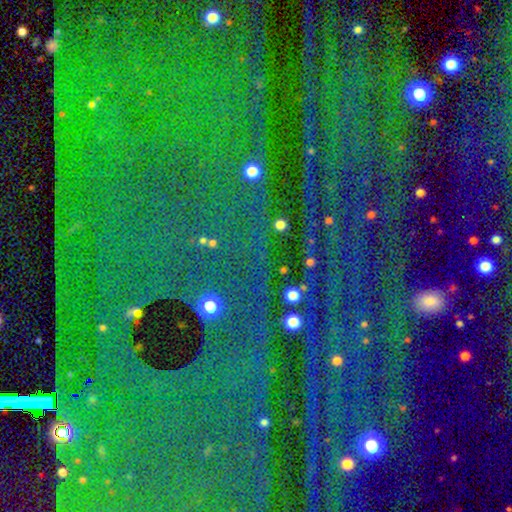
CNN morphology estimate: smooth-or-featured: star or artifact: 87% | featured or disk: 7% | smooth: 6%